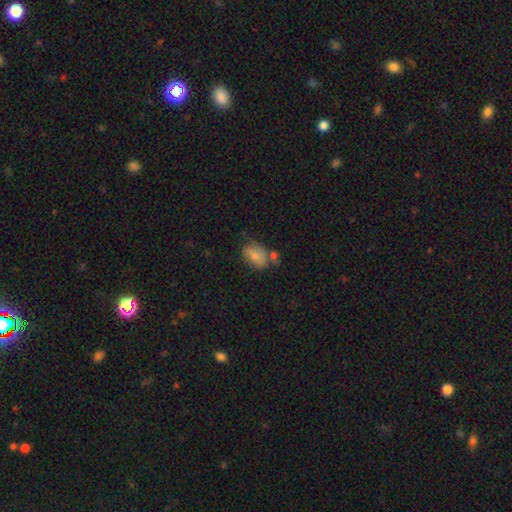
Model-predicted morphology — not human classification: Q: Smooth or featured?
A: smooth (77%); runner-up: featured or disk (15%)
Q: How rounded?
A: in between (80%); runner-up: round (19%)
Q: Merging?
A: none (48%); runner-up: minor disturbance (26%)